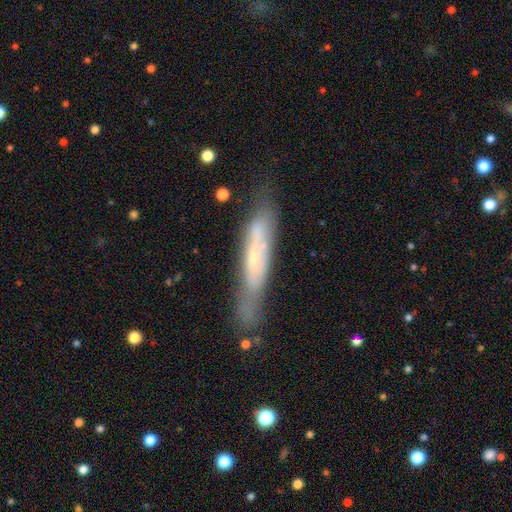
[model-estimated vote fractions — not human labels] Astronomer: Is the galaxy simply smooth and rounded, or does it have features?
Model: featured or disk — 58% (runner-up: smooth, 35%).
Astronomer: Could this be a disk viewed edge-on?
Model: yes — 61% (runner-up: no, 39%).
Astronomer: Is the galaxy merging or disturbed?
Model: none — 66%.